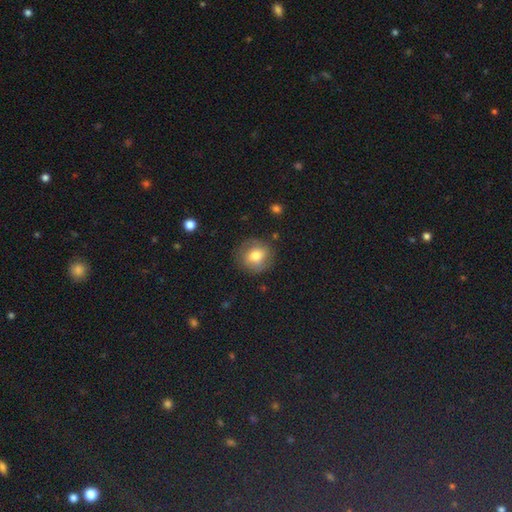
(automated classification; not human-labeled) Smooth or featured? Predicted: smooth (p=0.65). How rounded? Predicted: round (p=0.80). Merging? Predicted: none (p=0.79).